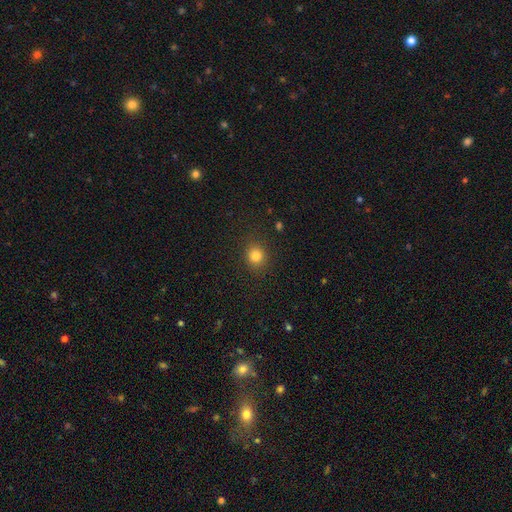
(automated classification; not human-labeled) Smooth or featured? smooth (81%)
How rounded? round (83%)
Merging? none (89%)